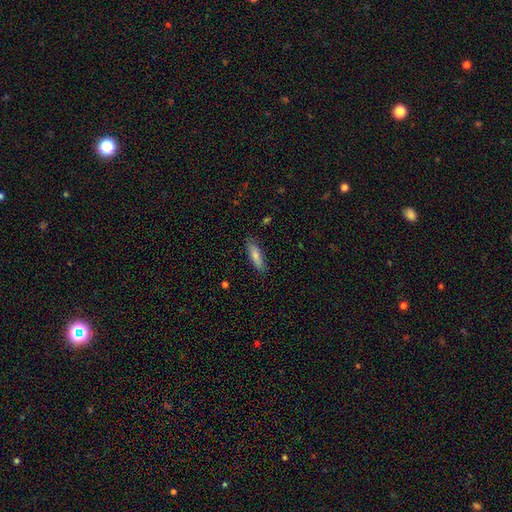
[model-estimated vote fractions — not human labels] smooth-or-featured: smooth: 77% | featured or disk: 16% | star or artifact: 6%
  how-rounded: cigar-shaped: 53% | in between: 46% | round: 2%
  merging: none: 84% | minor disturbance: 13% | major disturbance: 2% | merger: 1%